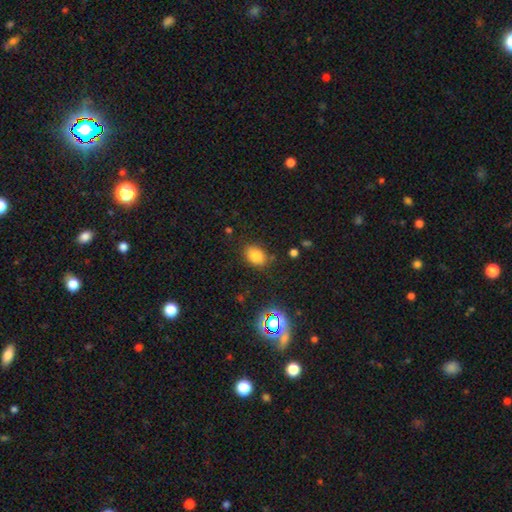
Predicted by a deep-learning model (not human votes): Smooth or featured? smooth (78%)
How rounded? in between (70%)
Merging? none (78%)